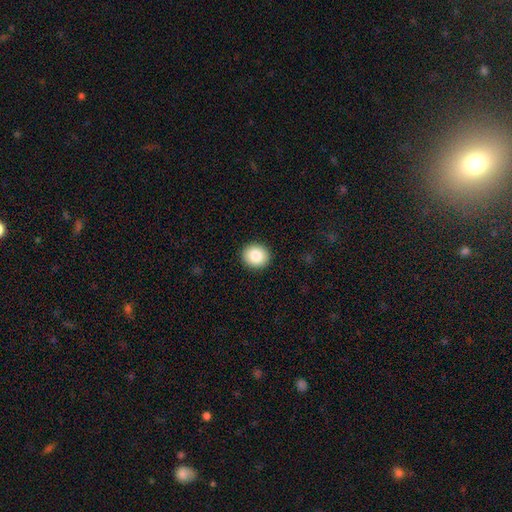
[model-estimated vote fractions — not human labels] Smooth or featured? smooth (85%)
How rounded? round (84%)
Merging? none (92%)